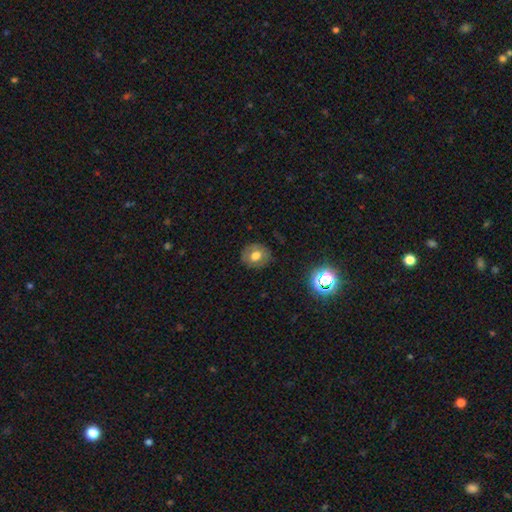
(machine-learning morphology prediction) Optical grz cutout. It shows a smooth galaxy with no disk features (61%) that is round (72%). Merging: none (83%).